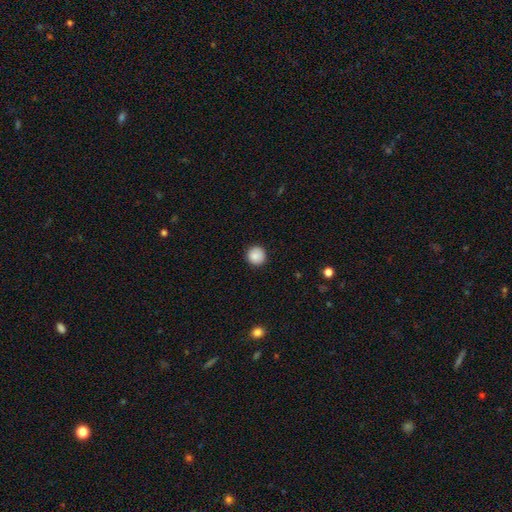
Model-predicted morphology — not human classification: smooth_or_featured: smooth (p=0.88) [alt: star or artifact p=0.08]
how_rounded: round (p=0.95) [alt: in between p=0.04]
merging: none (p=0.91) [alt: minor disturbance p=0.06]